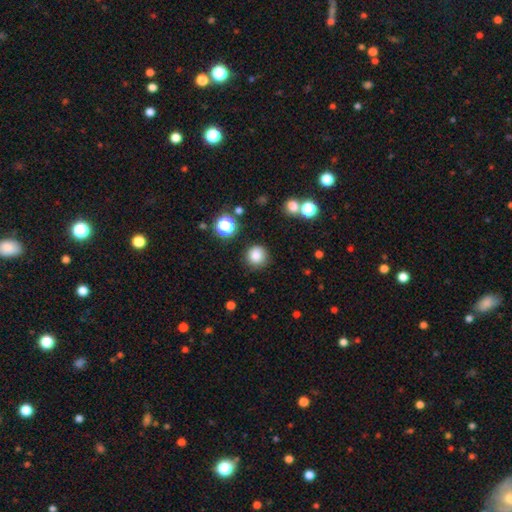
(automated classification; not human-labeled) Smooth or featured?
  - smooth: 82% *
  - star or artifact: 13%
  - featured or disk: 5%
How rounded?
  - round: 92% *
  - in between: 7%
  - cigar-shaped: 1%
Merging?
  - none: 86% *
  - minor disturbance: 8%
  - major disturbance: 3%
  - merger: 2%